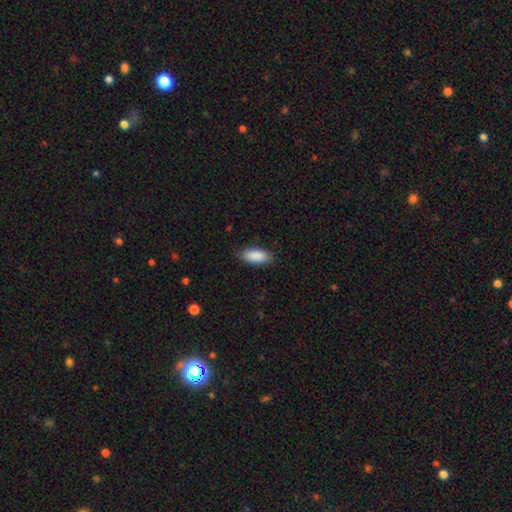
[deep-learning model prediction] This appears to be a smooth galaxy with no disk features (90%) that is in between round and cigar-shaped (84%). Merging: none (86%).